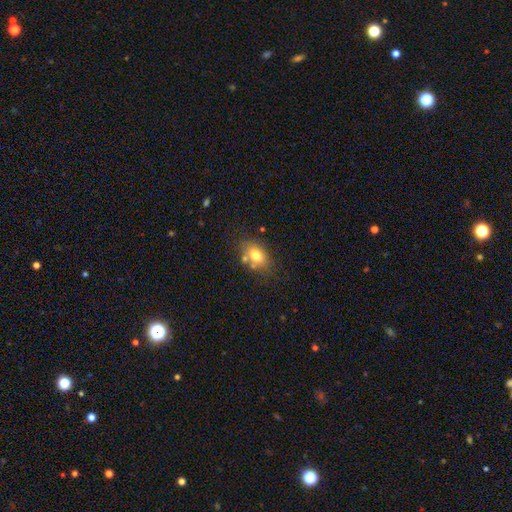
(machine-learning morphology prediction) smooth 75%, featured or disk 15%, star or artifact 10%. Down the decision tree: how rounded — in between (78%); merging — none (67%).